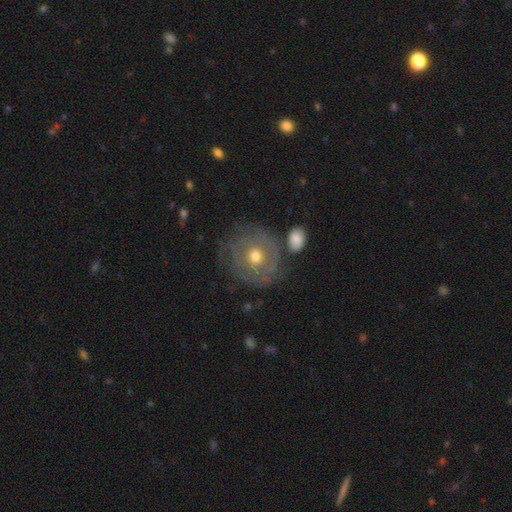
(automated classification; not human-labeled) The model was most divided on "spiral arms": yes: 64%, no: 36%. More confident: edge-on disk — no (96%); bar — no (81%); bulge size — moderate (71%); merging — none (68%); smooth or featured — featured or disk (66%).